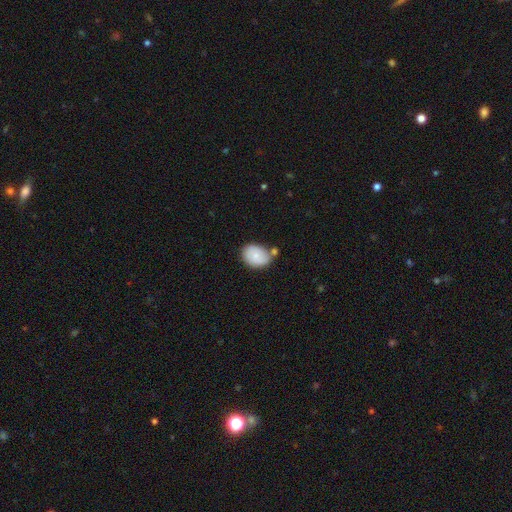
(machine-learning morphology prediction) Overall: smooth (77%). How rounded: in between (73%). Merging: none (57%; minor disturbance 23%).